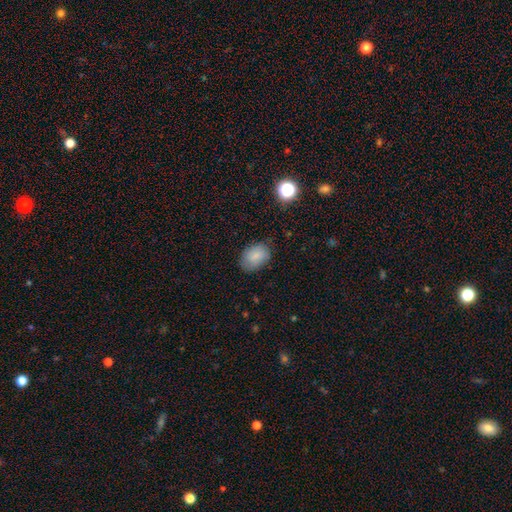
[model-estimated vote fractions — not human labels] This is clearly a smooth galaxy (84%). How rounded: likely in between (80%). Merging: likely none (77%).